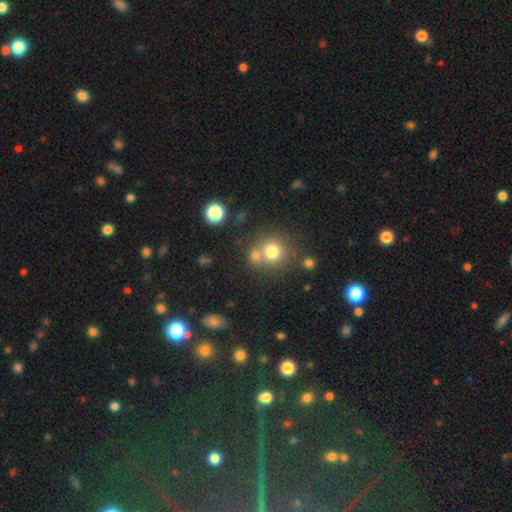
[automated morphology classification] Smooth or featured?
  - smooth: 74% *
  - star or artifact: 15%
  - featured or disk: 11%
How rounded?
  - round: 88% *
  - in between: 11%
  - cigar-shaped: 1%
Merging?
  - none: 57% *
  - merger: 31%
  - minor disturbance: 9%
  - major disturbance: 4%